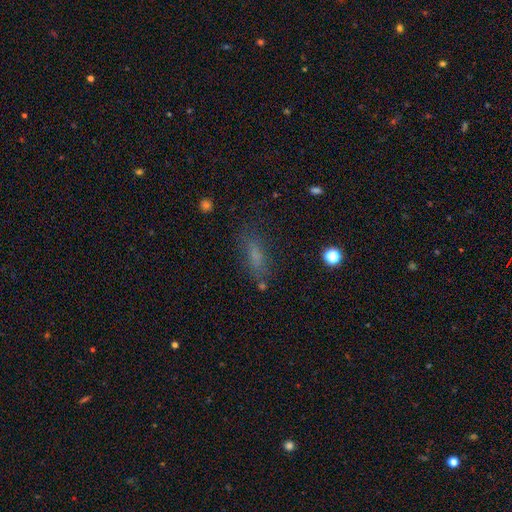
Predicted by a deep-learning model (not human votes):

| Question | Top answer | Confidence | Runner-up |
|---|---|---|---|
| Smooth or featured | smooth | 64% | featured or disk (19%) |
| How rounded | cigar-shaped | 50% | in between (46%) |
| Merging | none | 70% | minor disturbance (18%) |